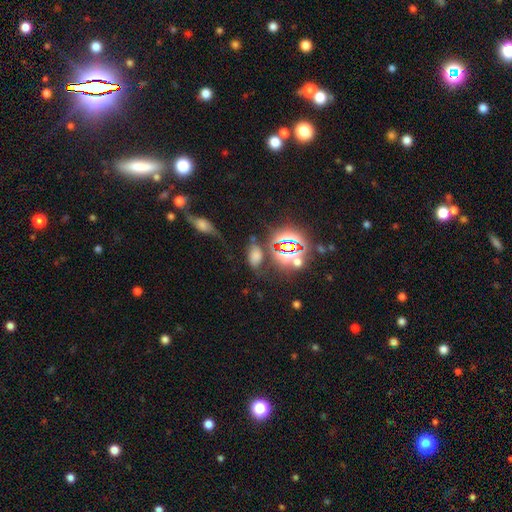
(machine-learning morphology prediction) Overall: smooth (55%; star or artifact 33%). How rounded: in between (88%). Merging: none (59%; minor disturbance 21%).